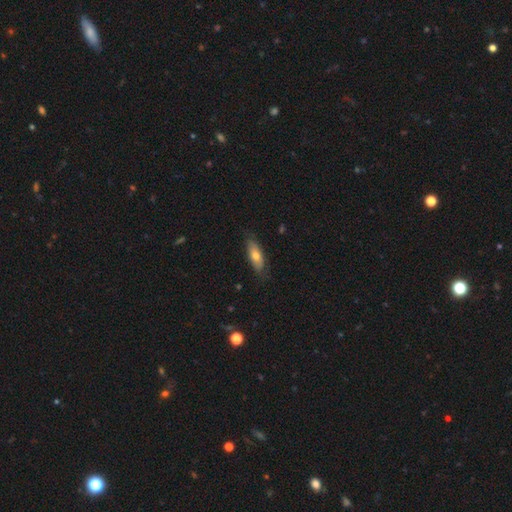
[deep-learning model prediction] This is likely a smooth galaxy (65%). How rounded: likely in between (70%). Merging: likely none (75%).